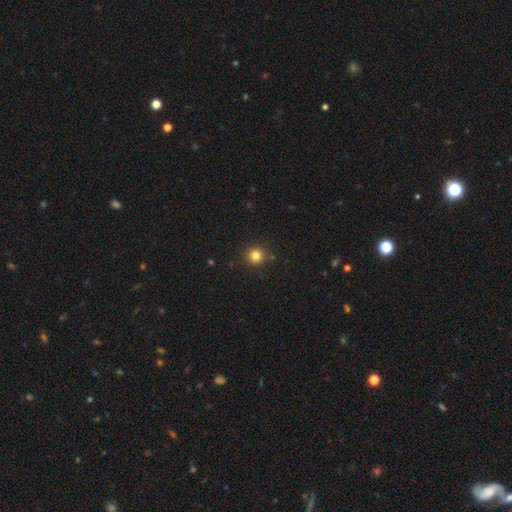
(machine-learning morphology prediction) Overall: smooth (82%). How rounded: round (94%). Merging: none (91%).